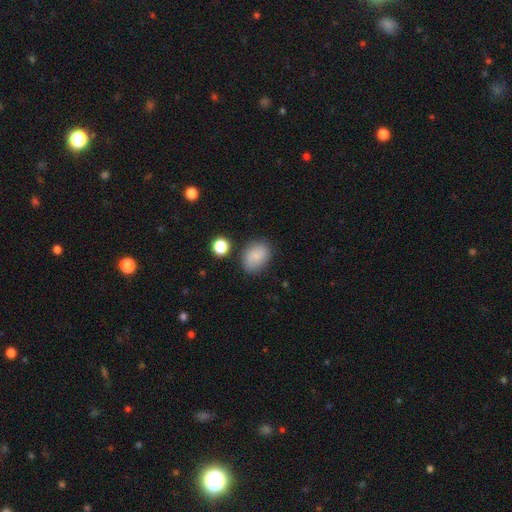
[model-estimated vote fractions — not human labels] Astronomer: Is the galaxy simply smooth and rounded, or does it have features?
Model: smooth — 80%.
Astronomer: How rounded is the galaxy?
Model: in between — 71%.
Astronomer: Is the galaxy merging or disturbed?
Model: none — 77%.